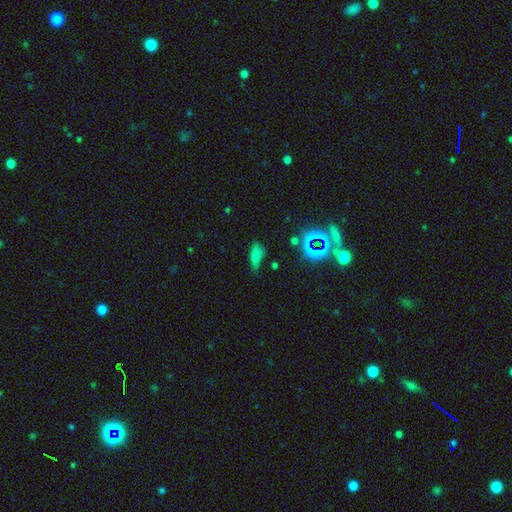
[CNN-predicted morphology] This is likely a smooth galaxy (67%). How rounded: likely in between (74%). Merging: likely none (62%).